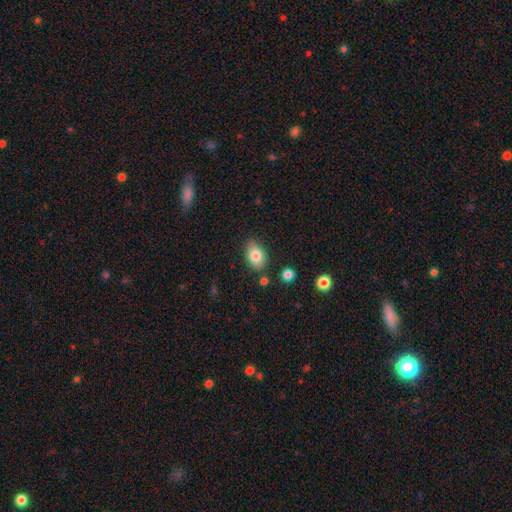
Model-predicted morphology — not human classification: Smooth or featured?
  - smooth: 82% *
  - featured or disk: 10%
  - star or artifact: 8%
How rounded?
  - in between: 85% *
  - round: 14%
  - cigar-shaped: 1%
Merging?
  - none: 80% *
  - minor disturbance: 14%
  - merger: 3%
  - major disturbance: 3%